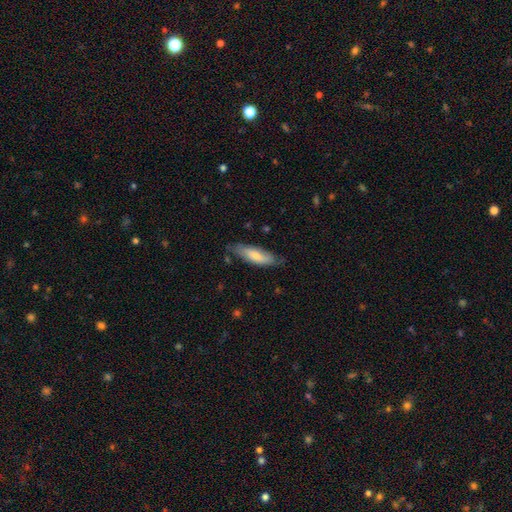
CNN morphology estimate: type=smooth (73%); roundness=in between (50%); merging=none (72%).